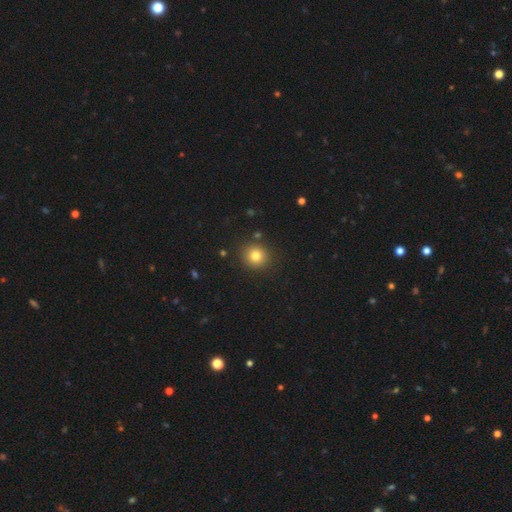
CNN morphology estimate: Q: Smooth or featured?
A: smooth (80%); runner-up: star or artifact (13%)
Q: How rounded?
A: round (90%); runner-up: in between (9%)
Q: Merging?
A: none (89%); runner-up: minor disturbance (7%)